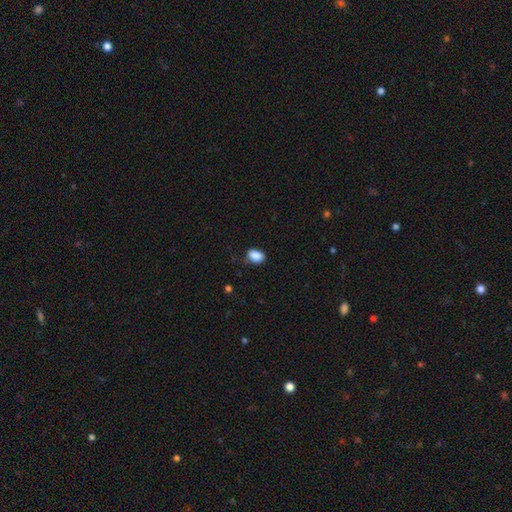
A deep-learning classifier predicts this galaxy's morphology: Smooth or featured? smooth (87%)
How rounded? in between (83%)
Merging? none (72%)